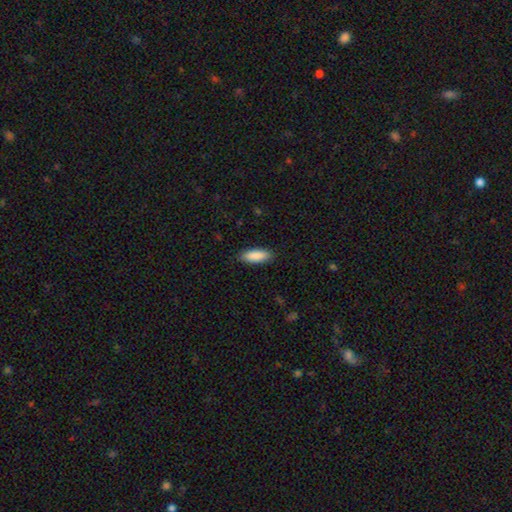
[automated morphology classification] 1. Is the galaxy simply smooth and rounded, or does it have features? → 90% smooth, 6% star or artifact, 4% featured or disk.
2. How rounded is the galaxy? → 73% in between, 26% cigar-shaped, 2% round.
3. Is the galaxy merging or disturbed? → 89% none, 9% minor disturbance, 2% major disturbance, 1% merger.